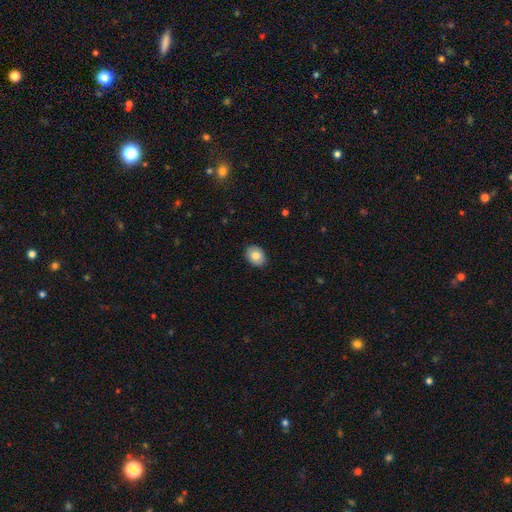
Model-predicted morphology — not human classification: Q: Smooth or featured?
A: smooth (81%); runner-up: featured or disk (12%)
Q: How rounded?
A: in between (67%); runner-up: round (32%)
Q: Merging?
A: none (90%); runner-up: minor disturbance (8%)